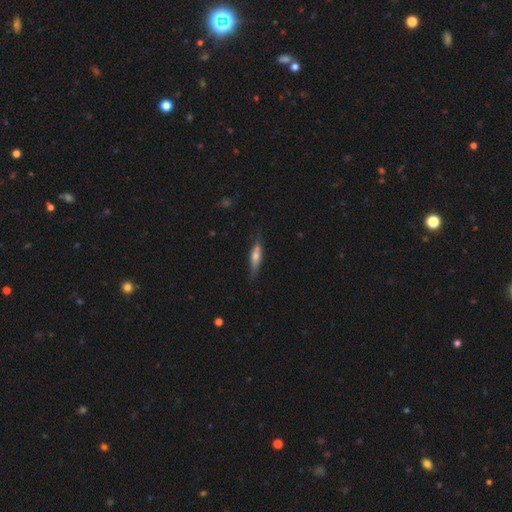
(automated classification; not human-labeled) Overall: featured or disk (47%; smooth 46%). Merging: none (79%).